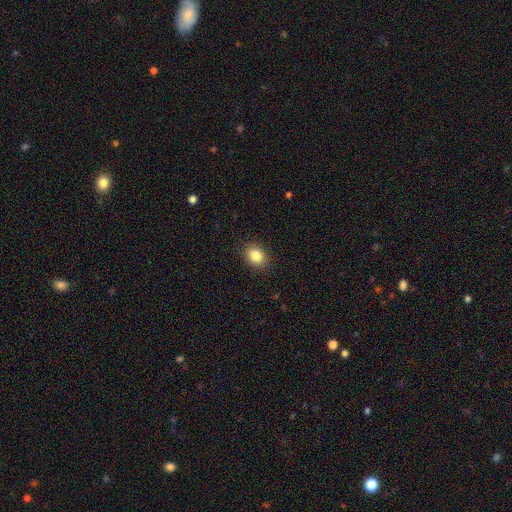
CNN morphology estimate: Q: Smooth or featured?
A: smooth (84%); runner-up: star or artifact (9%)
Q: How rounded?
A: in between (55%); runner-up: round (44%)
Q: Merging?
A: none (88%); runner-up: minor disturbance (9%)